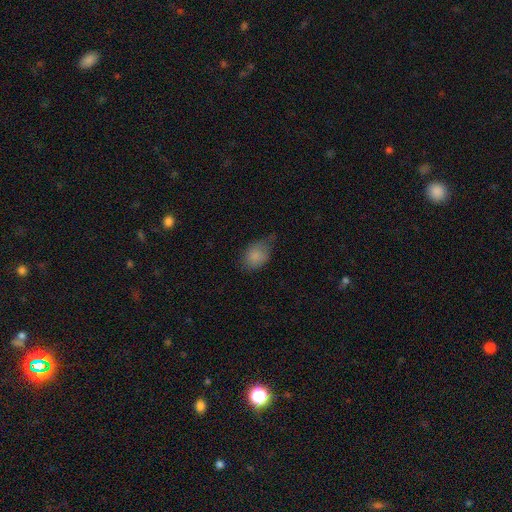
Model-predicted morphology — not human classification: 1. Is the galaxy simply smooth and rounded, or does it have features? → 82% smooth, 10% featured or disk, 8% star or artifact.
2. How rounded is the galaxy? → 77% in between, 21% round, 1% cigar-shaped.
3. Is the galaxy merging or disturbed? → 47% none, 37% minor disturbance, 13% major disturbance, 2% merger.